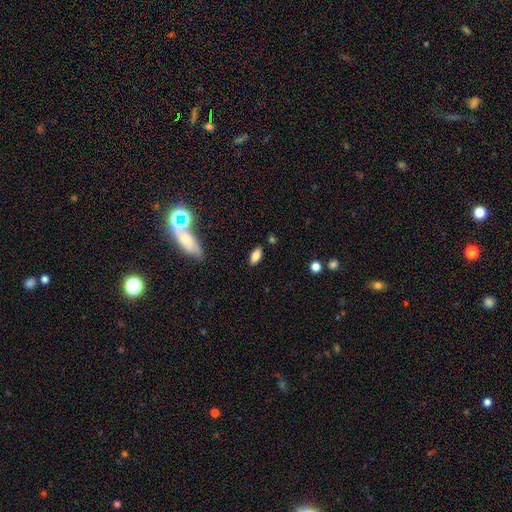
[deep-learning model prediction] Smooth or featured: smooth — 81% (featured or disk — 10%)
How rounded: in between — 86% (cigar-shaped — 11%)
Merging: none — 84% (minor disturbance — 11%)